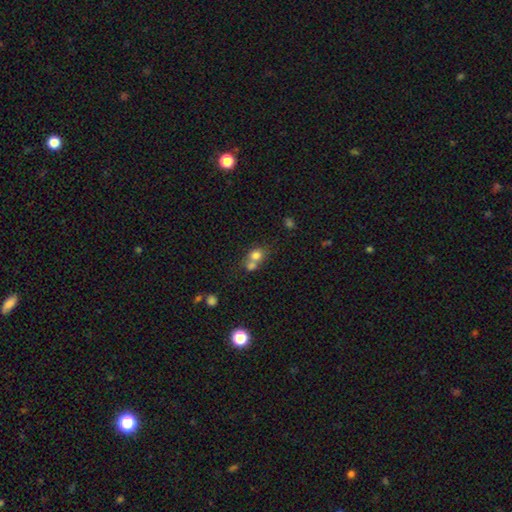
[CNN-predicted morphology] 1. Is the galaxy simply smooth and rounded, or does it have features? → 75% smooth, 13% featured or disk, 12% star or artifact.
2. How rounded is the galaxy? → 72% round, 27% in between, 1% cigar-shaped.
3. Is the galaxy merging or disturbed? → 57% merger, 32% none, 7% minor disturbance, 4% major disturbance.